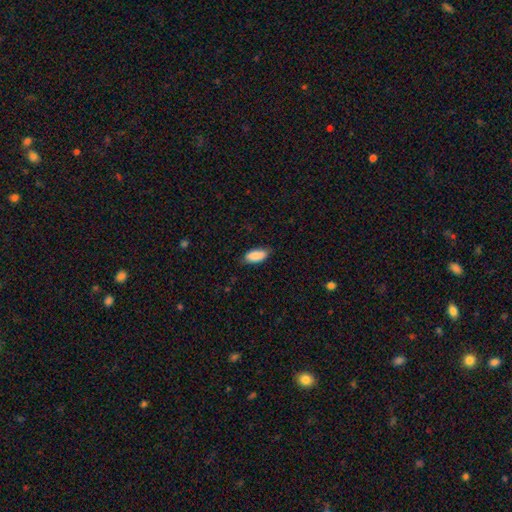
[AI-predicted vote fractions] A smooth galaxy with no disk features (88%) that is in between round and cigar-shaped (88%). Merging: none (79%).